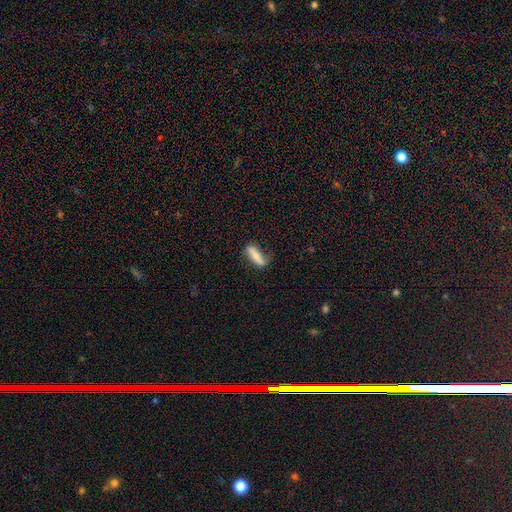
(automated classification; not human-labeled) The model was most divided on "how rounded": cigar-shaped: 56%, in between: 42%, round: 3%. More confident: smooth or featured — smooth (66%); merging — none (58%).